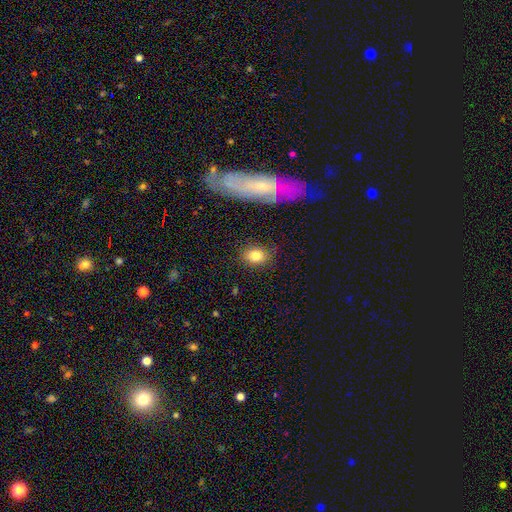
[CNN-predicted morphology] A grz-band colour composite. It shows a smooth galaxy with no disk features (81%) that is in between round and cigar-shaped (58%). Merging: none (83%).